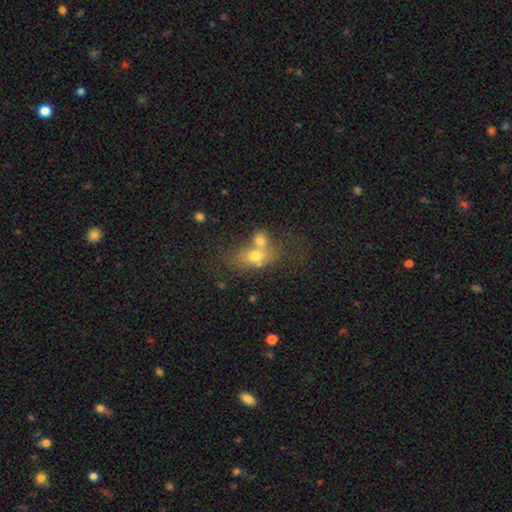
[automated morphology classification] Smooth or featured?
  - smooth: 62% *
  - featured or disk: 25%
  - star or artifact: 13%
How rounded?
  - in between: 67% *
  - round: 29%
  - cigar-shaped: 4%
Merging?
  - merger: 58% *
  - none: 25%
  - minor disturbance: 9%
  - major disturbance: 8%